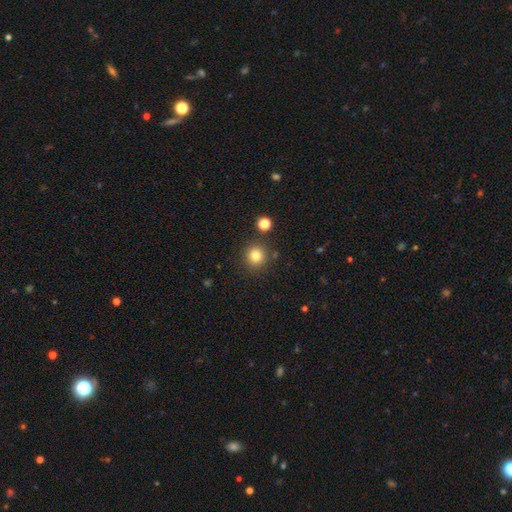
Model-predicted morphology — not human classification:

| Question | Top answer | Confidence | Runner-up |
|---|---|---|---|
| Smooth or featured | smooth | 82% | star or artifact (13%) |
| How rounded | round | 92% | in between (7%) |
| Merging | none | 85% | minor disturbance (7%) |